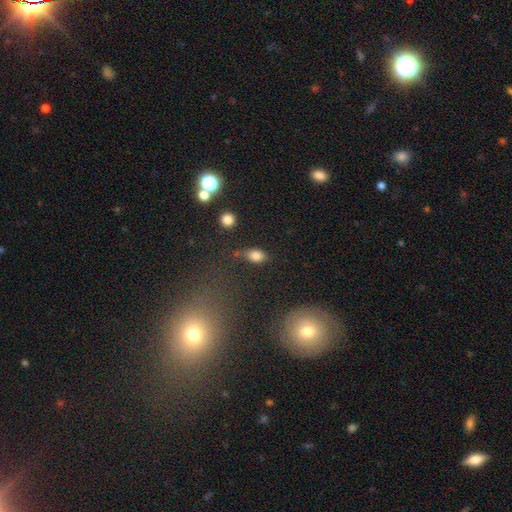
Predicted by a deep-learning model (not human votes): The model was most divided on "merging": none: 60%, minor disturbance: 25%, major disturbance: 8%, merger: 7%. More confident: smooth or featured — smooth (83%); how rounded — in between (82%).